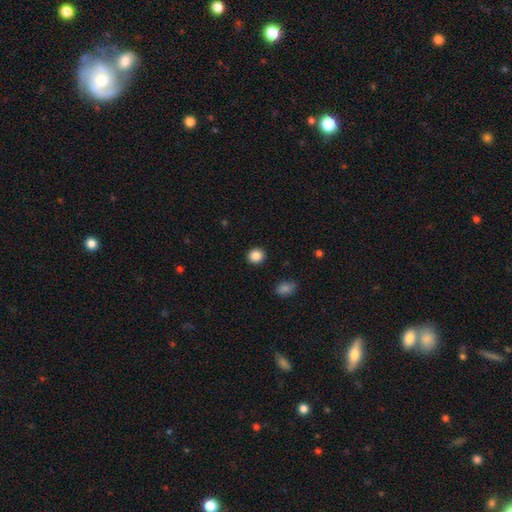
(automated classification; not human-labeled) smooth 87%, star or artifact 9%, featured or disk 3%. Down the decision tree: how rounded — round (87%); merging — none (92%).